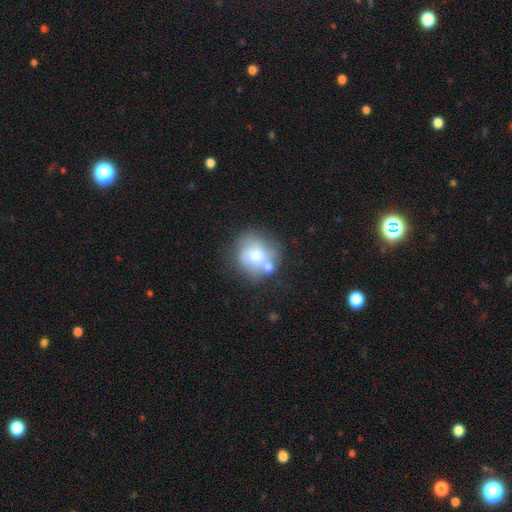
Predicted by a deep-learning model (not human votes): A smooth galaxy with no disk features (64%) that is round (80%).

Vote fractions:
- Smooth or featured? smooth: 64% / featured or disk: 27% / star or artifact: 9%
- How rounded? round: 80% / in between: 19% / cigar-shaped: 1%
- Merging? none: 45% / merger: 28% / minor disturbance: 18% / major disturbance: 8%